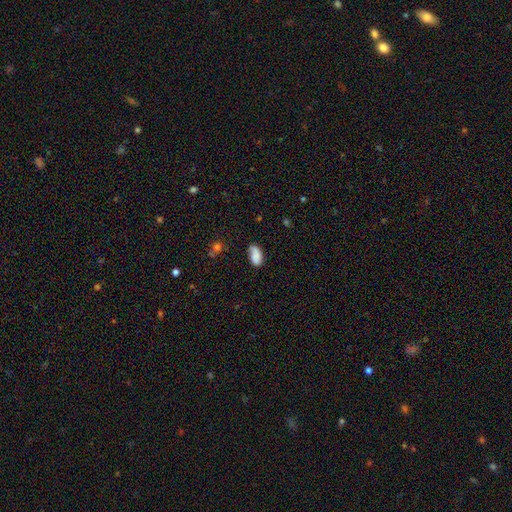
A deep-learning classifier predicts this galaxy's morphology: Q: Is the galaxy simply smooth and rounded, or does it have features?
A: smooth — 78%.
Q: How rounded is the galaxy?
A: in between — 92%.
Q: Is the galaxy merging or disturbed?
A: none — 60%.